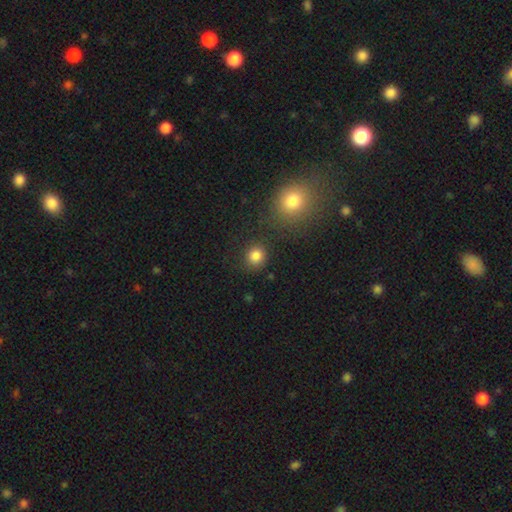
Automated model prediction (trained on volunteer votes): A smooth galaxy with no disk features (83%) that is round (86%). Merging: none (84%).